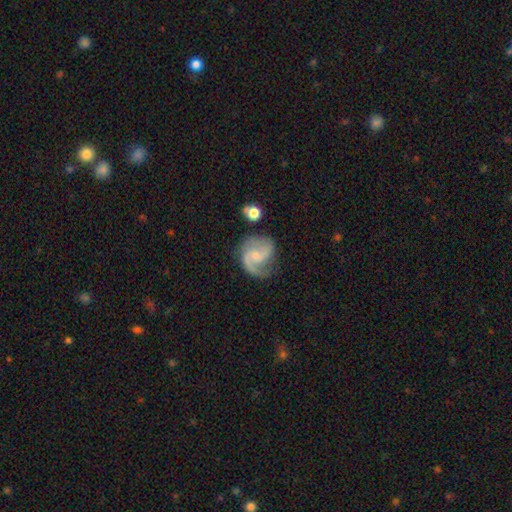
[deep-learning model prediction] smooth-or-featured: featured or disk: 84% | smooth: 10% | star or artifact: 5%
  disk-edge-on: no: 98% | yes: 2%
    bar: no: 49% | weak: 43% | strong: 8%
    has-spiral-arms: yes: 97% | no: 3%
      spiral-winding: medium: 53% | loose: 30% | tight: 17%
      spiral-arm-count: 2: 80% | 1: 9% | 3: 4% | can't tell: 4% | 4: 1% | more than 4: 1%
    bulge-size: small: 56% | moderate: 23% | none: 19% | large: 2% | dominant: 1%
  merging: none: 64% | minor disturbance: 21% | major disturbance: 11% | merger: 4%